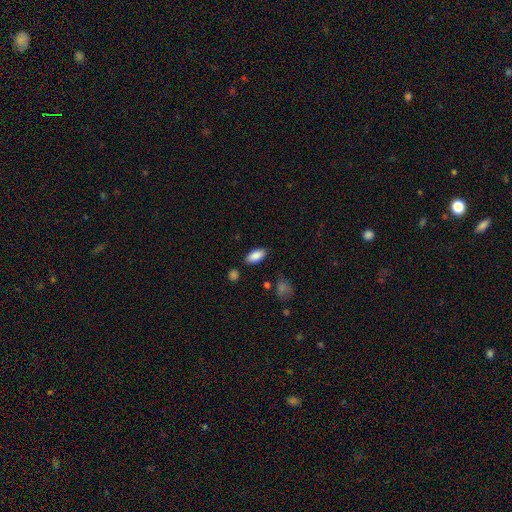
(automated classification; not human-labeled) smooth 87%, star or artifact 7%, featured or disk 6%. Down the decision tree: how rounded — in between (91%); merging — none (84%).